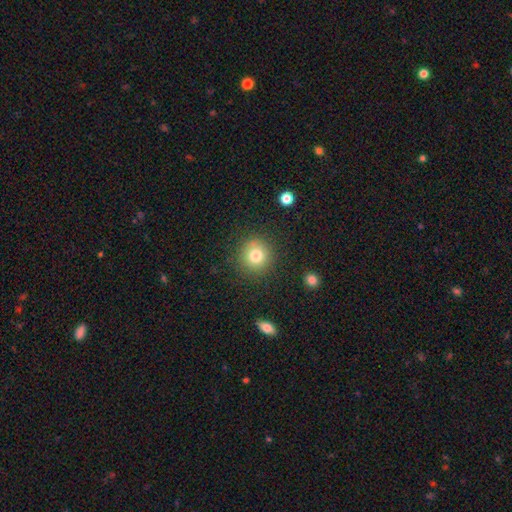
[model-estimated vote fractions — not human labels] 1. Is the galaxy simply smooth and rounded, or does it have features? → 80% smooth, 11% star or artifact, 9% featured or disk.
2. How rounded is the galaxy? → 92% round, 7% in between, 1% cigar-shaped.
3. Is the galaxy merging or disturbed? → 87% none, 8% minor disturbance, 3% major disturbance, 2% merger.